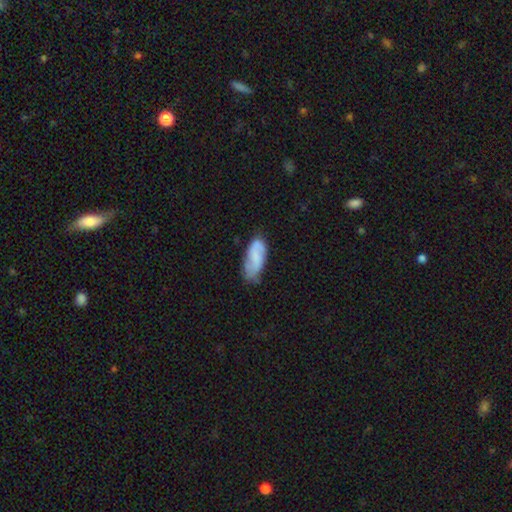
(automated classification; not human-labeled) Morphology: type=smooth (60%); roundness=in between (82%); merging=none (60%).